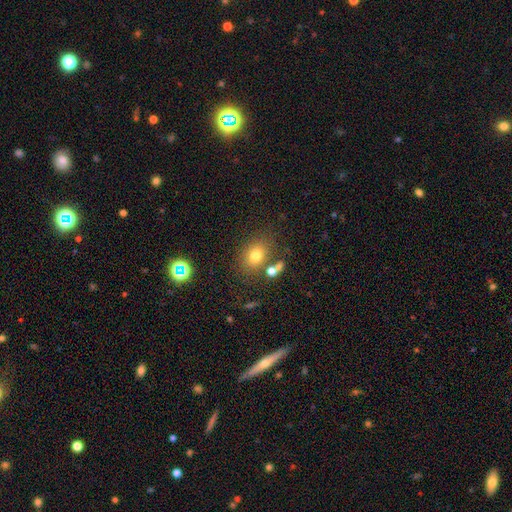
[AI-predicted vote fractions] Smooth or featured? Predicted: smooth (p=0.73). How rounded? Predicted: in between (p=0.54). Merging? Predicted: none (p=0.70).